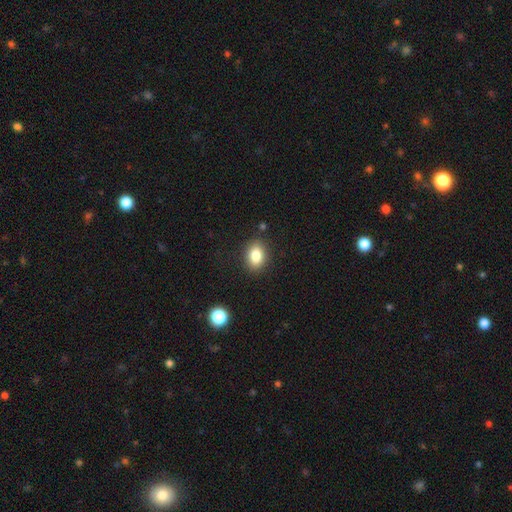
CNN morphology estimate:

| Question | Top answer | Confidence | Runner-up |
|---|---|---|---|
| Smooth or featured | smooth | 83% | star or artifact (9%) |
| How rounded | in between | 73% | round (25%) |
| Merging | none | 86% | minor disturbance (10%) |